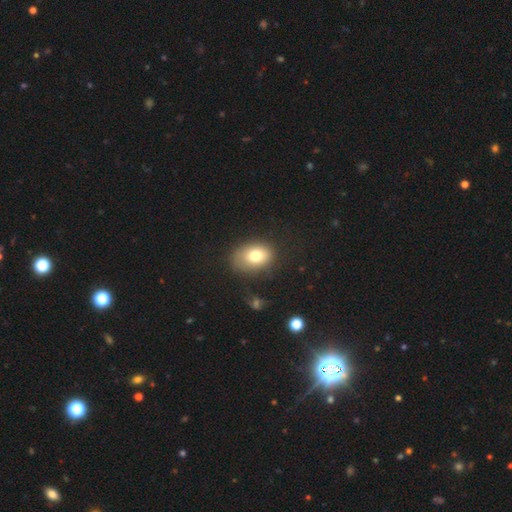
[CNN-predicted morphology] Overall: smooth (75%). How rounded: in between (73%). Merging: none (69%).